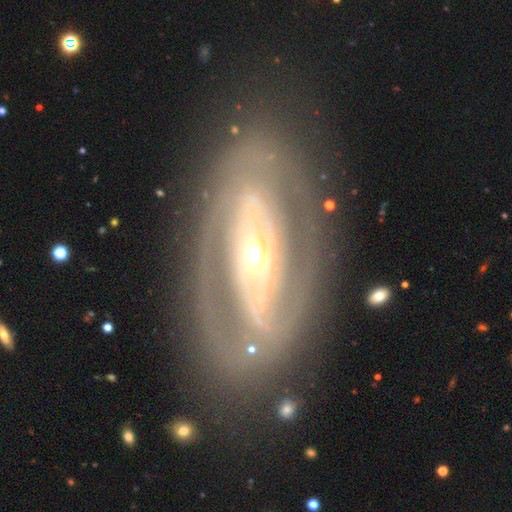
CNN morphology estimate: The model was most divided on "bar": no: 40%, weak: 32%, strong: 28%. More confident: edge-on disk — no (93%); smooth or featured — featured or disk (87%); spiral arms — yes (86%); merging — none (72%); spiral arm count — 2 (63%); spiral winding — tight (54%); bulge size — moderate (51%).